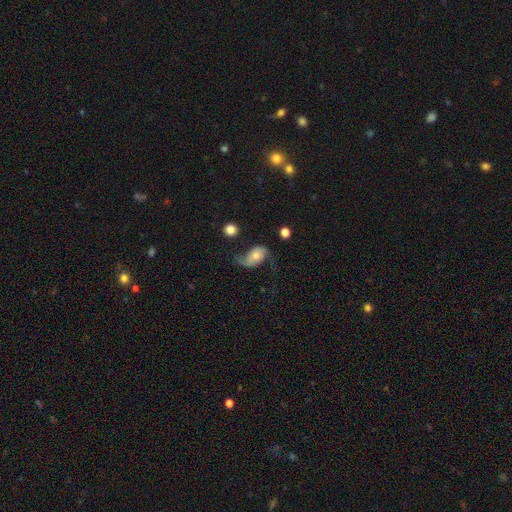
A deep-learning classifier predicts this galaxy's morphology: type=featured or disk (62%); edge-on=no (95%); bar=no (70%); spiral arms=yes (88%); winding=loose (78%); arm count=2 (83%); bulge=moderate (46%); merging=none (46%).